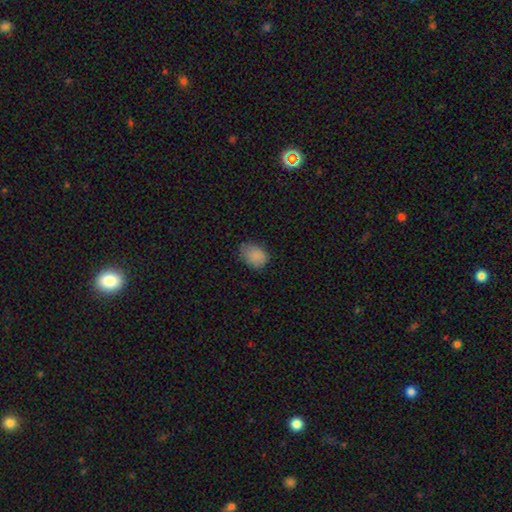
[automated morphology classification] A smooth galaxy with no disk features (85%) that is in between round and cigar-shaped (72%).

Vote fractions:
- Smooth or featured? smooth: 85% / star or artifact: 9% / featured or disk: 5%
- How rounded? in between: 72% / round: 28% / cigar-shaped: 1%
- Merging? none: 65% / minor disturbance: 27% / major disturbance: 6% / merger: 1%